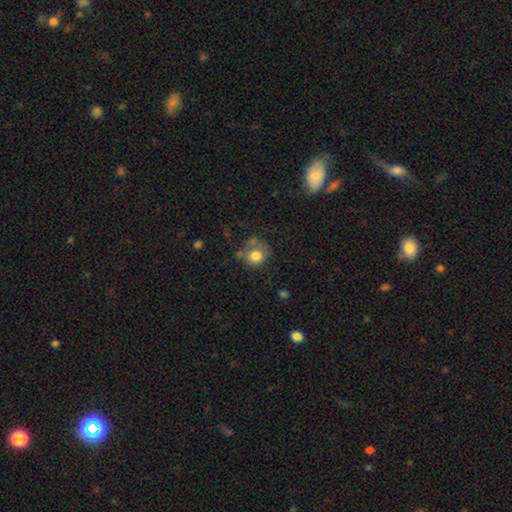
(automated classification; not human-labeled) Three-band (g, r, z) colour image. It shows a smooth galaxy with no disk features (78%) that is round (83%). Merging: none (54%).